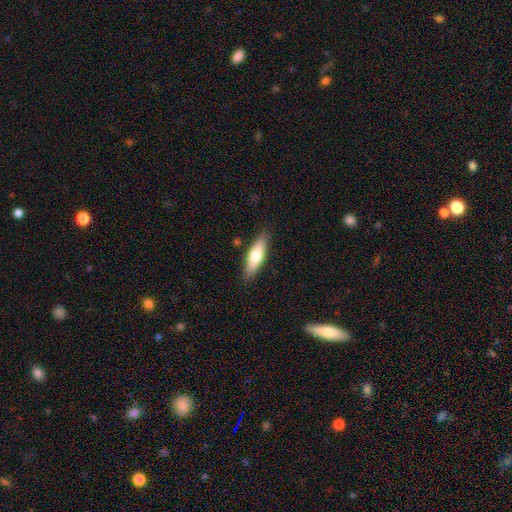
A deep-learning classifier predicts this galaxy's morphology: Q: Smooth or featured?
A: smooth (65%); runner-up: featured or disk (29%)
Q: How rounded?
A: cigar-shaped (56%); runner-up: in between (42%)
Q: Merging?
A: none (86%); runner-up: minor disturbance (10%)